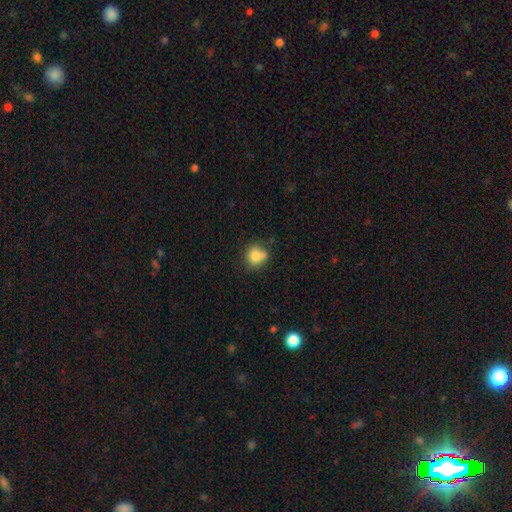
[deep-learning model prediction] This is likely a smooth galaxy (80%). How rounded: clearly round (82%). Merging: possibly none (57%).